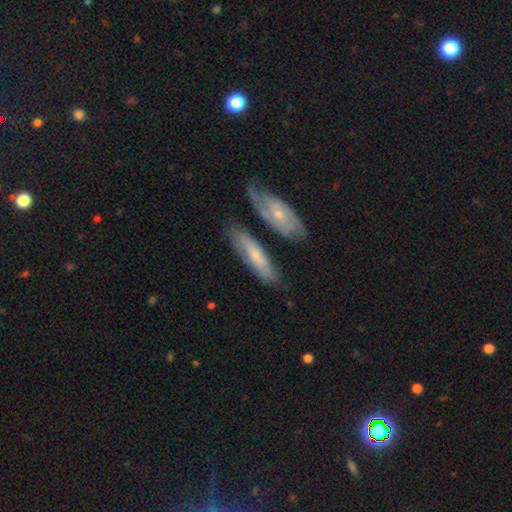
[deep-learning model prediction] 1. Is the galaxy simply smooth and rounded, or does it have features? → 48% smooth, 46% featured or disk, 6% star or artifact.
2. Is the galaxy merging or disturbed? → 65% none, 16% minor disturbance, 14% merger, 5% major disturbance.